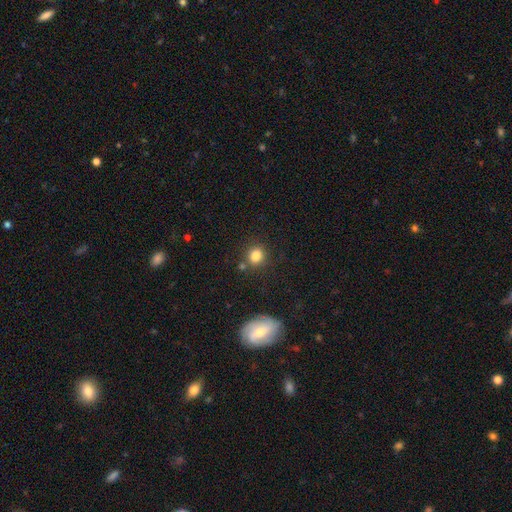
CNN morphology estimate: Overall: smooth (82%). How rounded: round (79%). Merging: none (77%).